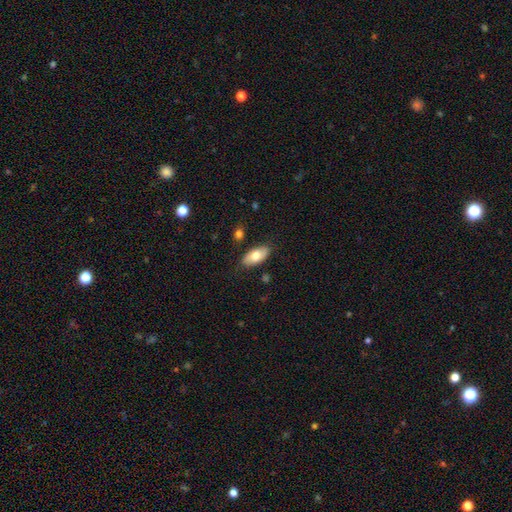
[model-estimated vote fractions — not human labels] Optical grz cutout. It shows a smooth galaxy with no disk features (73%) that is in between round and cigar-shaped (91%). Merging: none (84%).